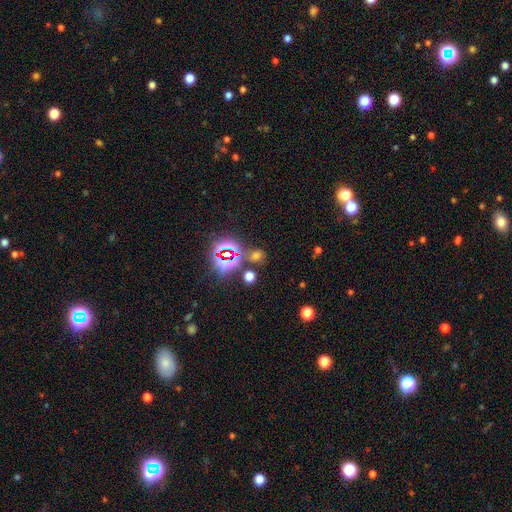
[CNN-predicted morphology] Smooth or featured: smooth — 49% (star or artifact — 44%)
Merging: none — 72% (merger — 12%)